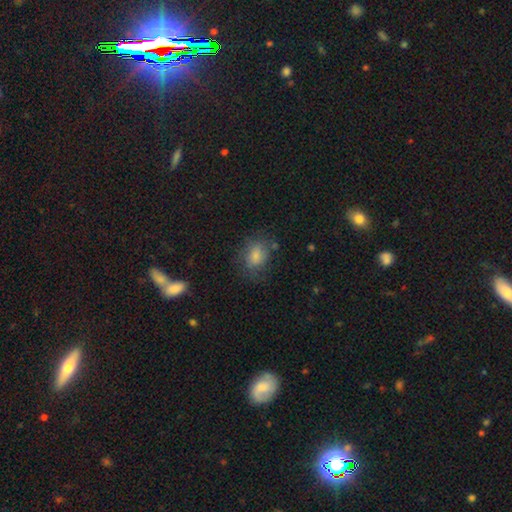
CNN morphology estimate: This appears to be a smooth galaxy with no disk features (74%) that is in between round and cigar-shaped (64%). Merging: none (65%).